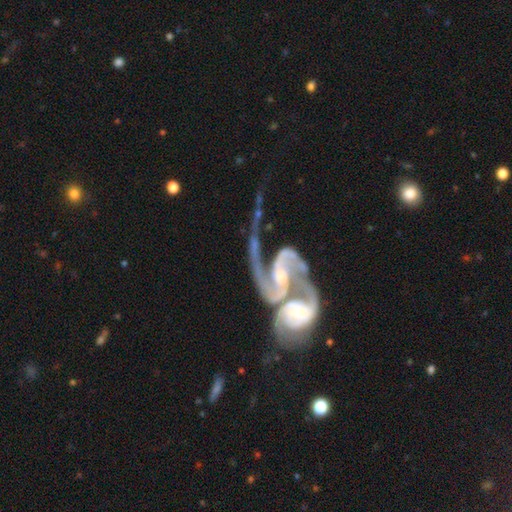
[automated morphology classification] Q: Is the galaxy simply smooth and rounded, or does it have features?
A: featured or disk — 90%.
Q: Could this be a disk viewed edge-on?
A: no — 97%.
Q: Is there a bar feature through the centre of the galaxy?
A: weak — 39%.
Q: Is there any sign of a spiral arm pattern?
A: yes — 96%.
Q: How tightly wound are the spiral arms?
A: medium — 47%.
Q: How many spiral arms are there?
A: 2 — 83%.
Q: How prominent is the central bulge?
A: small — 52%.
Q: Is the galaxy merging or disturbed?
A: merger — 73%.